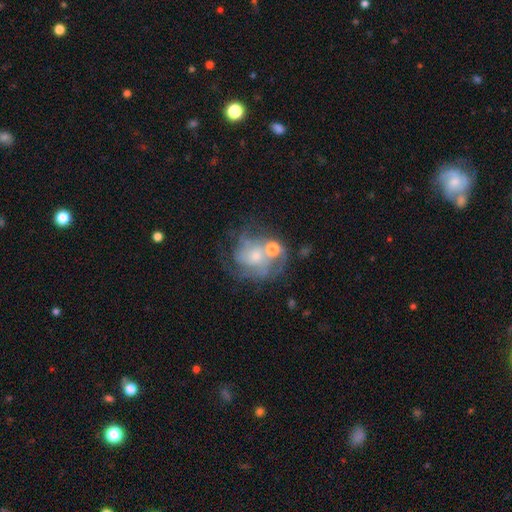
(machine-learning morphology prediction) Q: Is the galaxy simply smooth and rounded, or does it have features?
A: featured or disk — 66%.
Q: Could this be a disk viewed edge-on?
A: no — 98%.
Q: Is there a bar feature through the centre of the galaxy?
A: no — 77%.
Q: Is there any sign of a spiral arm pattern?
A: yes — 78%.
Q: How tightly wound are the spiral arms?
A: tight — 46%.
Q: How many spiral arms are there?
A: can't tell — 42%.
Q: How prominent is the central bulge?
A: moderate — 44%.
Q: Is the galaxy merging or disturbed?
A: none — 45%.